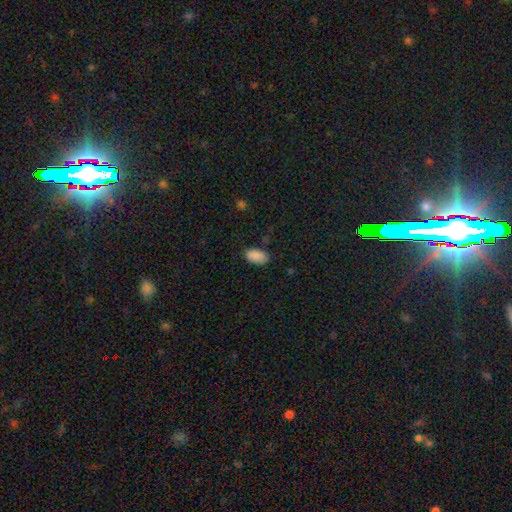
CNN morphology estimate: Smooth or featured? Predicted: smooth (p=0.88). How rounded? Predicted: in between (p=0.93). Merging? Predicted: none (p=0.80).